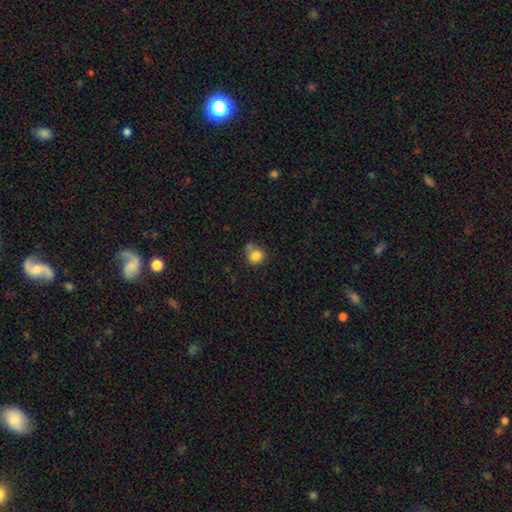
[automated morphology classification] This appears to be a smooth galaxy with no disk features (83%) that is round (77%). Merging: none (48%).